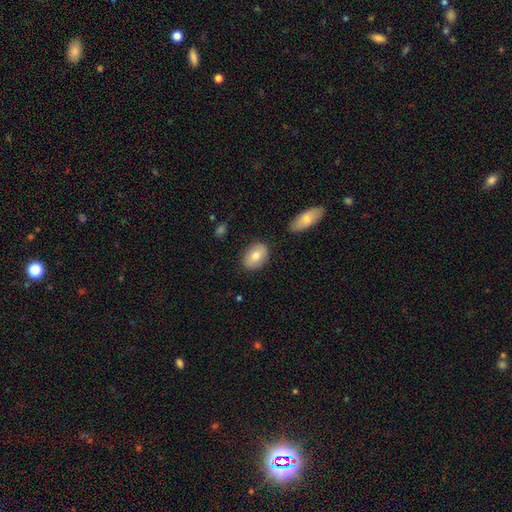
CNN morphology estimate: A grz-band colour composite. It shows a smooth galaxy with no disk features (76%) that is in between round and cigar-shaped (84%). Merging: none (83%).